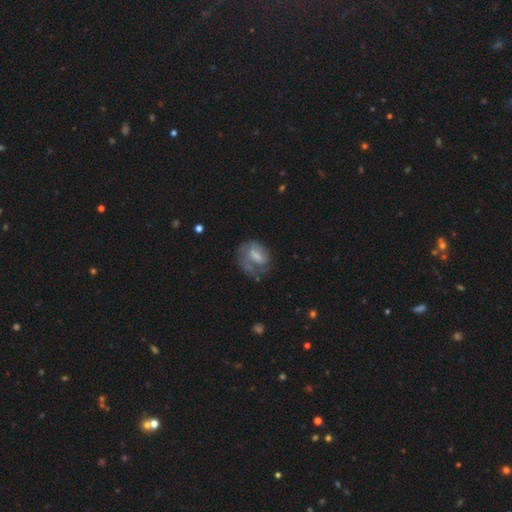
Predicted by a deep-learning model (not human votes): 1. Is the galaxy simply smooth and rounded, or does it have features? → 48% featured or disk, 45% smooth, 8% star or artifact.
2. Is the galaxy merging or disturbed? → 44% none, 27% major disturbance, 26% minor disturbance, 3% merger.